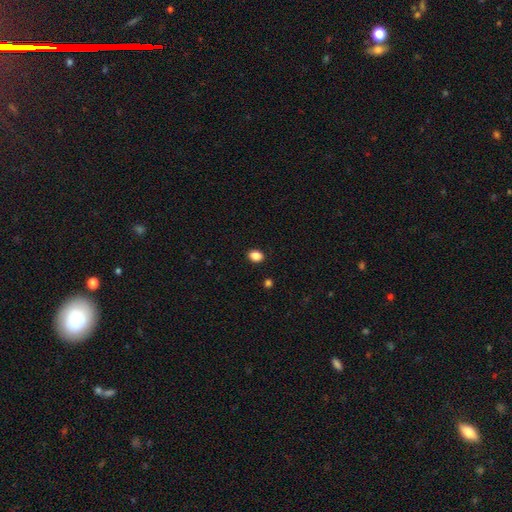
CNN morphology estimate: This appears to be a smooth galaxy with no disk features (87%) that is in between round and cigar-shaped (58%). Merging: none (91%).